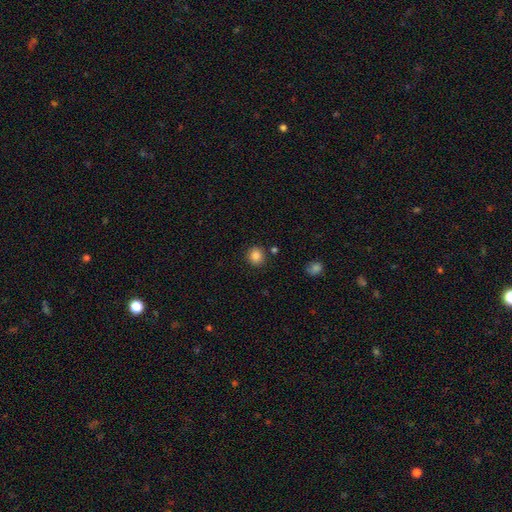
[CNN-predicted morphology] Smooth or featured: smooth — 86% (star or artifact — 10%)
How rounded: round — 87% (in between — 12%)
Merging: none — 86% (minor disturbance — 8%)